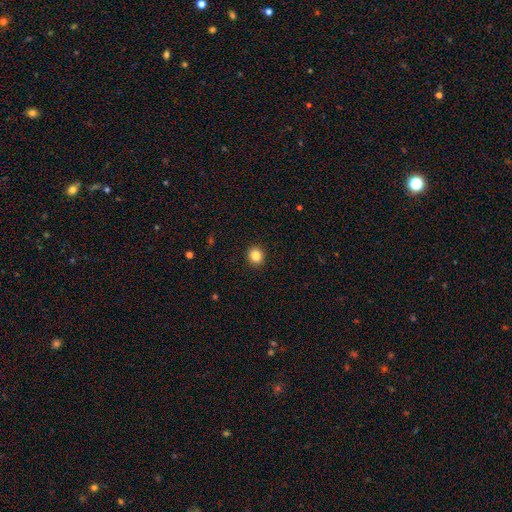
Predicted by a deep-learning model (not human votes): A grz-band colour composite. It shows a smooth galaxy with no disk features (86%) that is round (80%). Merging: none (92%).